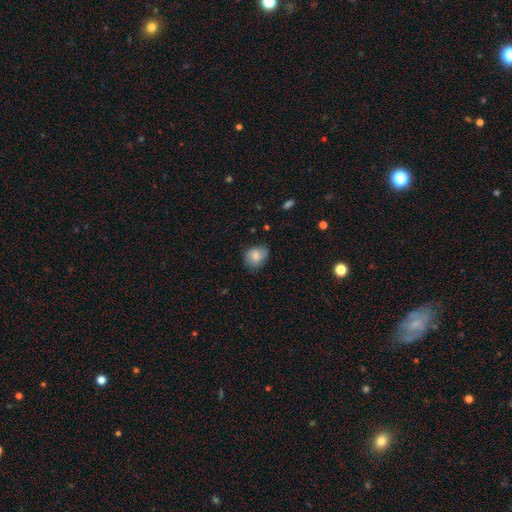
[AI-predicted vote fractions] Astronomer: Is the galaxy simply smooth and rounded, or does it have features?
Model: smooth — 80%.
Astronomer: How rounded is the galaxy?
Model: round — 54% (runner-up: in between, 45%).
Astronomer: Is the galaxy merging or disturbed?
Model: none — 70%.